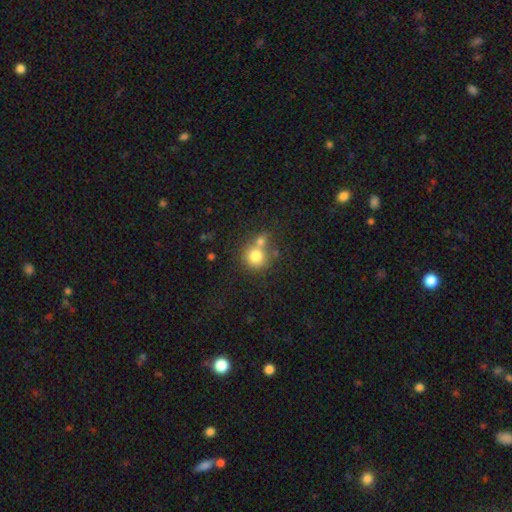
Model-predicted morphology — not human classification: A smooth galaxy with no disk features (78%) that is round (87%). Merging: none (47%).